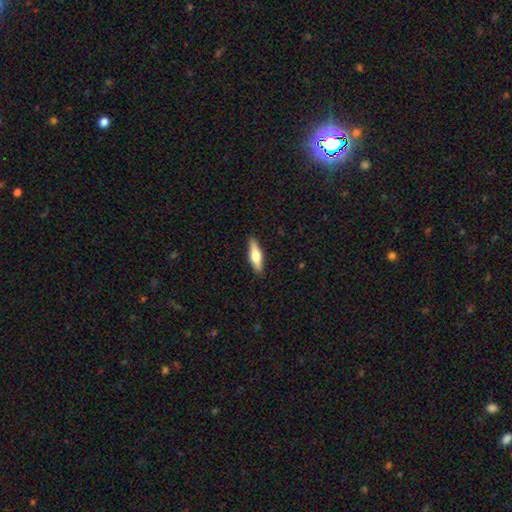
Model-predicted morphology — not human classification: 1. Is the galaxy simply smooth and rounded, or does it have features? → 51% smooth, 43% featured or disk, 6% star or artifact.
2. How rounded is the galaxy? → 59% cigar-shaped, 39% in between, 2% round.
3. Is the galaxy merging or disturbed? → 90% none, 8% minor disturbance, 2% major disturbance, 1% merger.